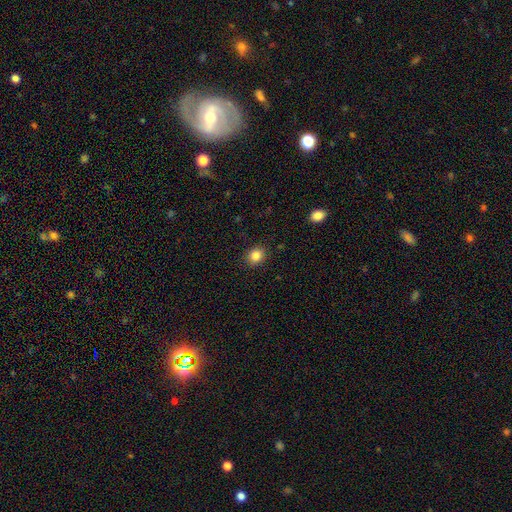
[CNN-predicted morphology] type=smooth (85%); roundness=round (67%); merging=none (89%).